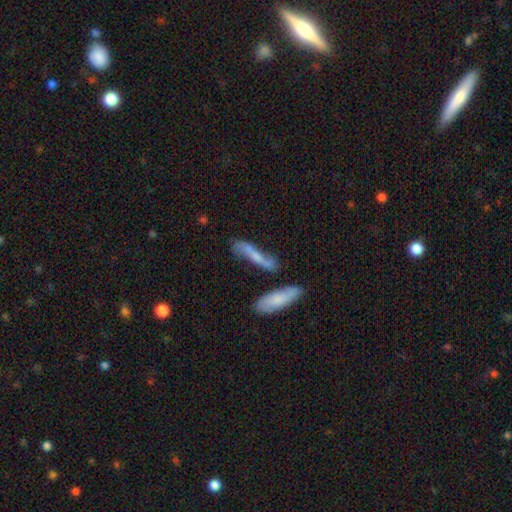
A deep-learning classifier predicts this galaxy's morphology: A featured or disk galaxy (47%).

Vote fractions:
- Smooth or featured? featured or disk: 47% / smooth: 44% / star or artifact: 9%
- Merging? none: 52% / minor disturbance: 20% / merger: 19% / major disturbance: 9%